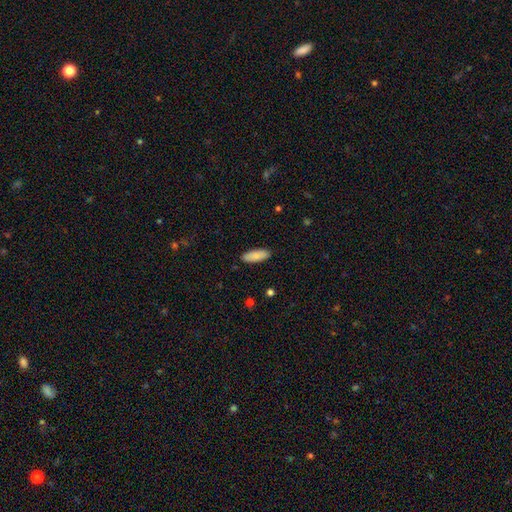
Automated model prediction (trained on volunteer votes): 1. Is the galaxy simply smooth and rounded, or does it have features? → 86% smooth, 8% featured or disk, 6% star or artifact.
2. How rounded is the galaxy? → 68% in between, 30% cigar-shaped, 2% round.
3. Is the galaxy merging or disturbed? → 89% none, 8% minor disturbance, 2% major disturbance, 1% merger.